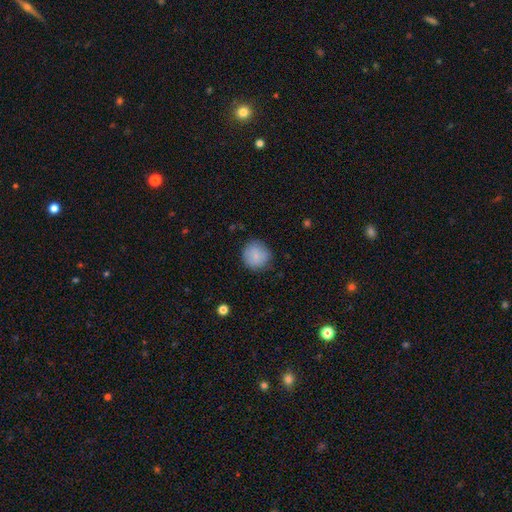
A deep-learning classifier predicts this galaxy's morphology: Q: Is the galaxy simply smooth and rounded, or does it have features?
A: smooth — 83%.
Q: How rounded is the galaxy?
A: round — 91%.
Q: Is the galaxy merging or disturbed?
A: none — 79%.